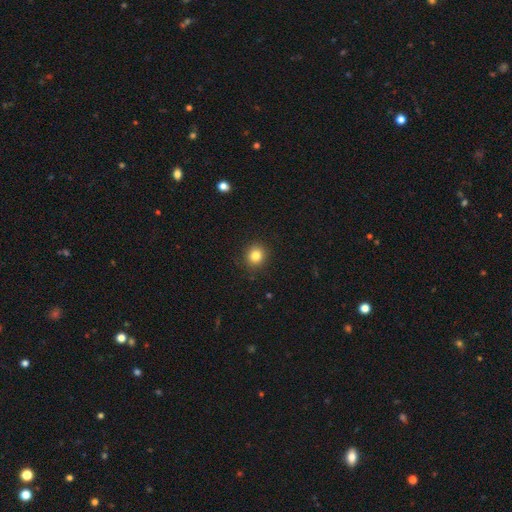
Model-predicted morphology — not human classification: A smooth galaxy with no disk features (83%) that is round (87%). Merging: none (91%).